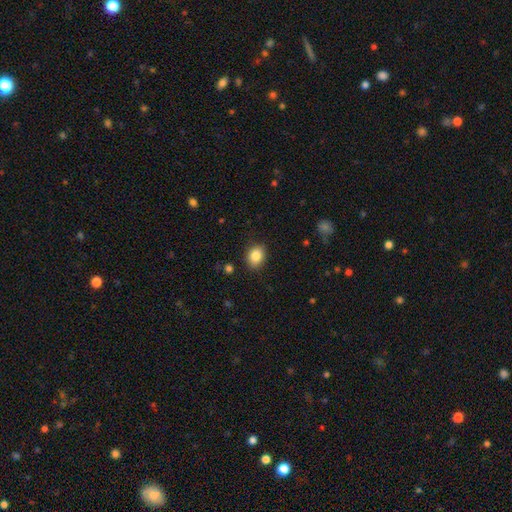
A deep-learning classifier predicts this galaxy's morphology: smooth_or_featured: smooth (p=0.85) [alt: star or artifact p=0.09]
how_rounded: in between (p=0.52) [alt: round p=0.47]
merging: none (p=0.85) [alt: minor disturbance p=0.11]